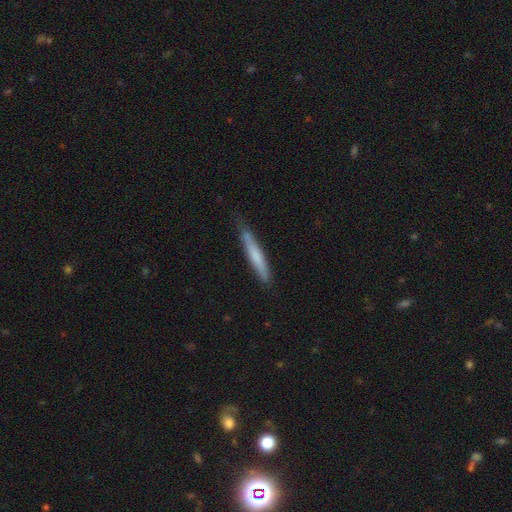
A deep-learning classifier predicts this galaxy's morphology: Smooth or featured: smooth — 63% (featured or disk — 32%)
How rounded: cigar-shaped — 95% (in between — 4%)
Merging: none — 75% (minor disturbance — 20%)